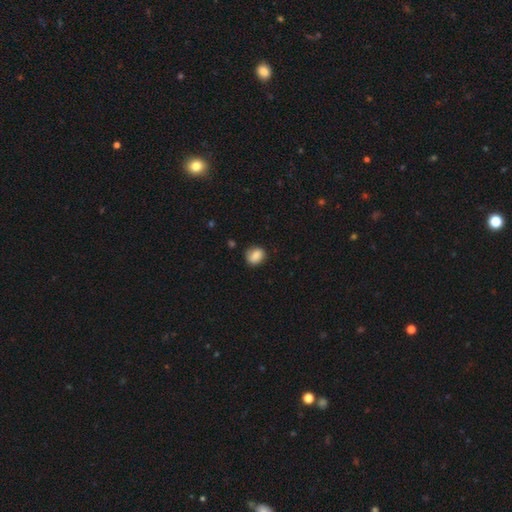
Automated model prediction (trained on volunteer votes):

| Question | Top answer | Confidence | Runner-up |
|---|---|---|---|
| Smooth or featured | smooth | 78% | featured or disk (13%) |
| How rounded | round | 61% | in between (38%) |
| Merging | none | 74% | minor disturbance (20%) |